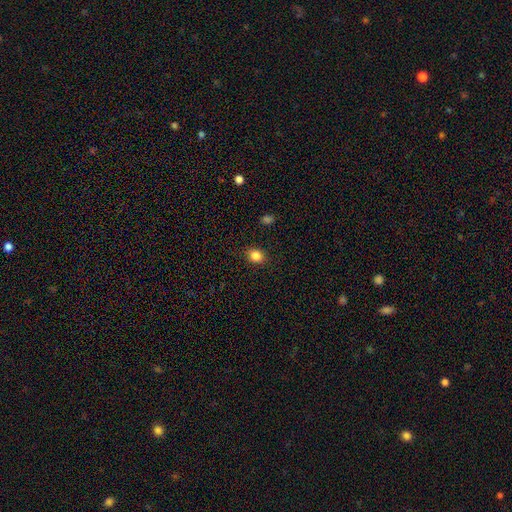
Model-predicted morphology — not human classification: Smooth or featured?
  - smooth: 85% *
  - star or artifact: 11%
  - featured or disk: 4%
How rounded?
  - round: 59% *
  - in between: 40%
  - cigar-shaped: 1%
Merging?
  - none: 88% *
  - minor disturbance: 8%
  - major disturbance: 2%
  - merger: 1%